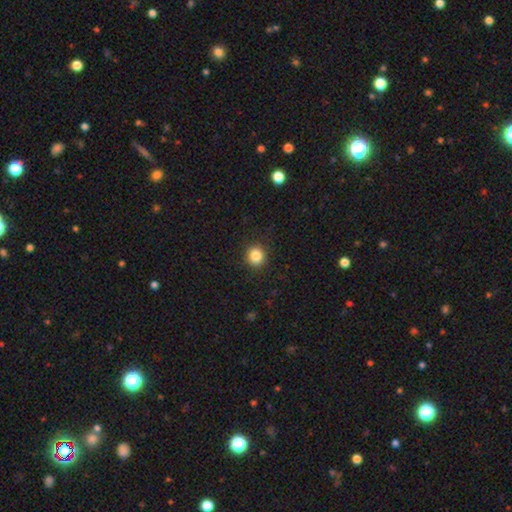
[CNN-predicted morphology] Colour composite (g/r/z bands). It shows a smooth galaxy with no disk features (84%) that is round (89%). Merging: none (91%).